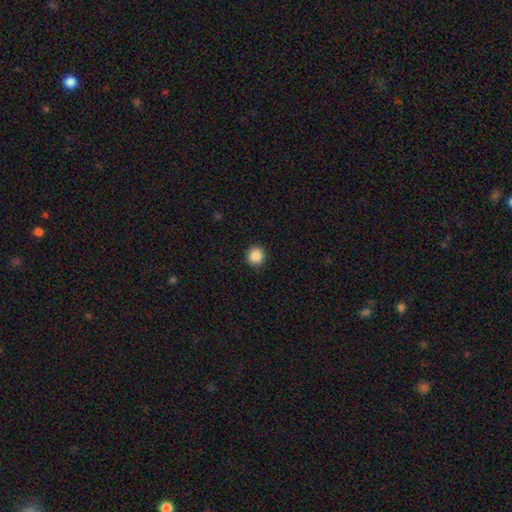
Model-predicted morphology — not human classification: Smooth or featured? Predicted: smooth (p=0.87). How rounded? Predicted: round (p=0.94). Merging? Predicted: none (p=0.92).